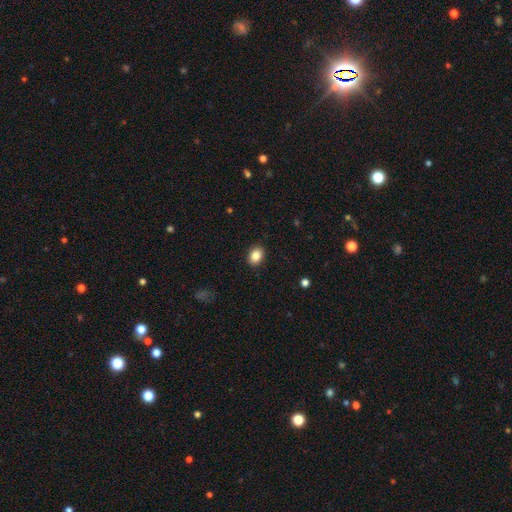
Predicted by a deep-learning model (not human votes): A smooth galaxy with no disk features (85%) that is in between round and cigar-shaped (64%).

Vote fractions:
- Smooth or featured? smooth: 85% / star or artifact: 9% / featured or disk: 6%
- How rounded? in between: 64% / round: 35% / cigar-shaped: 1%
- Merging? none: 90% / minor disturbance: 7% / major disturbance: 2% / merger: 1%